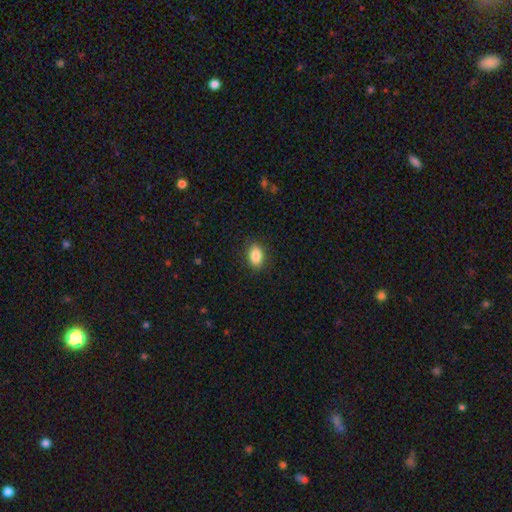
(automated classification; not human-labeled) Morphology: type=smooth (87%); roundness=in between (85%); merging=none (87%).